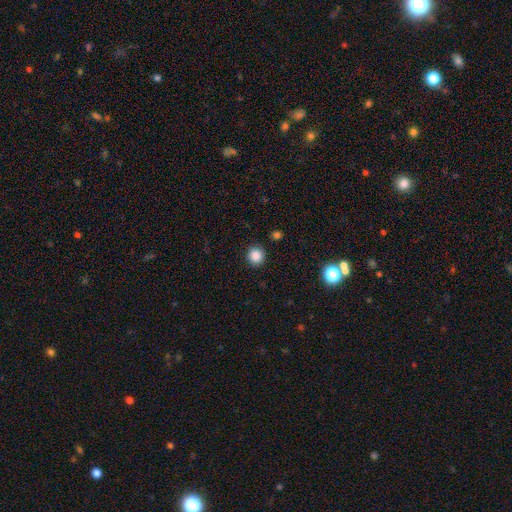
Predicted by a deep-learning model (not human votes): smooth_or_featured: smooth (p=0.86) [alt: star or artifact p=0.10]
how_rounded: round (p=0.92) [alt: in between p=0.07]
merging: none (p=0.90) [alt: minor disturbance p=0.06]